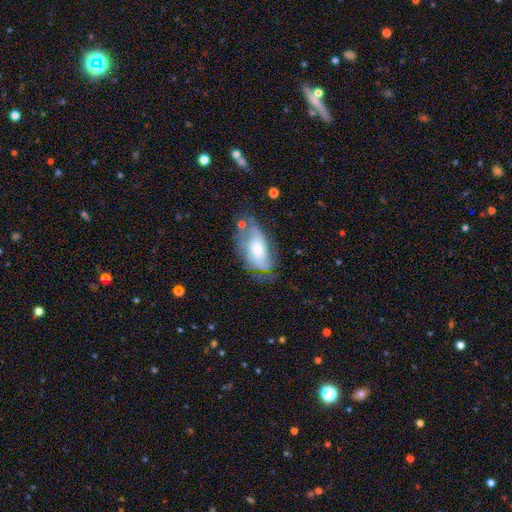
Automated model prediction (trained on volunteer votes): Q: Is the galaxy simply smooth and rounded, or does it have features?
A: featured or disk — 50%.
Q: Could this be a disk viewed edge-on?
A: no — 90%.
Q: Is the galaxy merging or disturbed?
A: none — 41%.